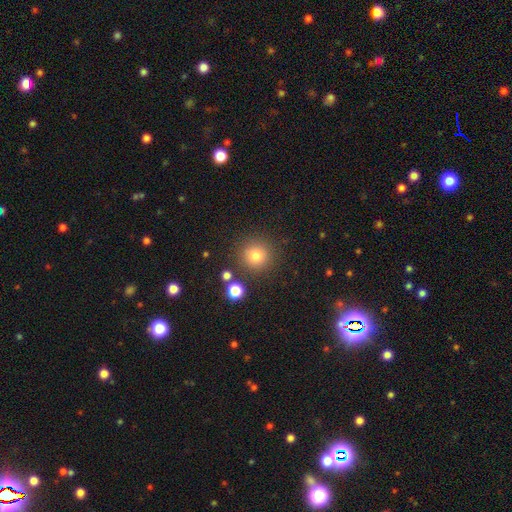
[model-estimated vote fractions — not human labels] A smooth galaxy with no disk features (78%) that is round (94%). Merging: none (85%).